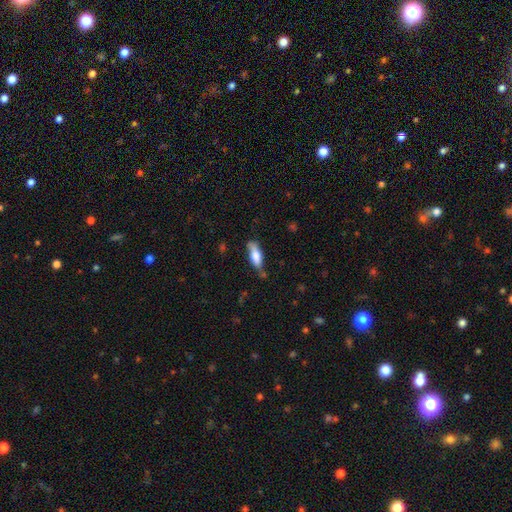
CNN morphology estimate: smooth 68%, featured or disk 25%, star or artifact 7%. Down the decision tree: how rounded — in between (64%); merging — none (60%).